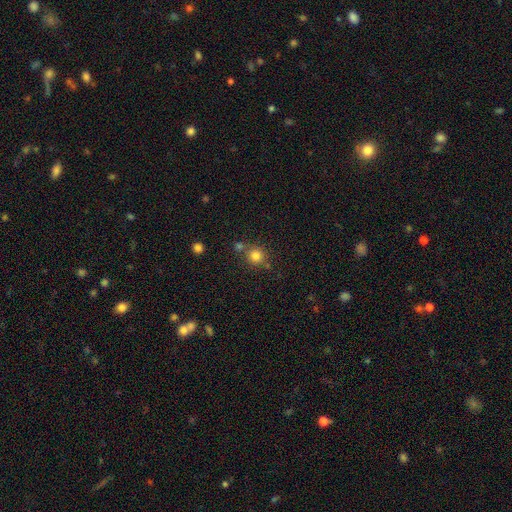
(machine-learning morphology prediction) Smooth or featured: smooth — 81% (star or artifact — 13%)
How rounded: round — 91% (in between — 8%)
Merging: none — 70% (merger — 16%)